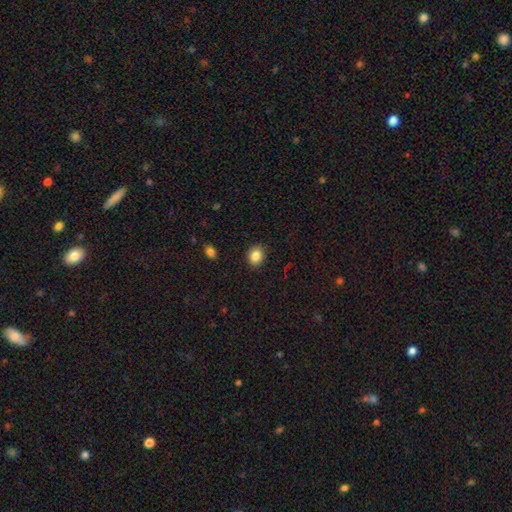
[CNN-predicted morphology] smooth_or_featured: smooth (p=0.85) [alt: star or artifact p=0.10]
how_rounded: round (p=0.65) [alt: in between p=0.35]
merging: none (p=0.90) [alt: minor disturbance p=0.07]